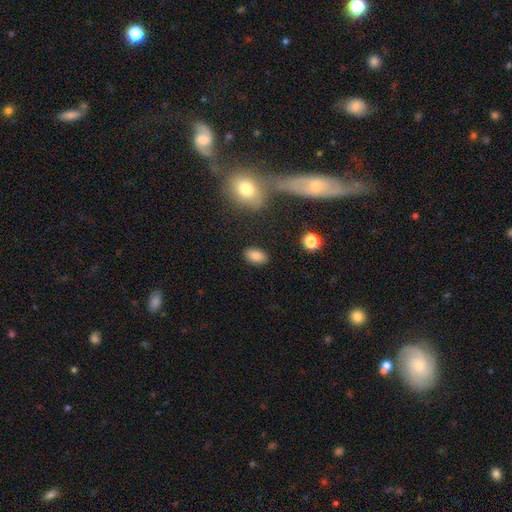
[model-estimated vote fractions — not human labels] Morphology: type=smooth (83%); roundness=in between (89%); merging=none (86%).